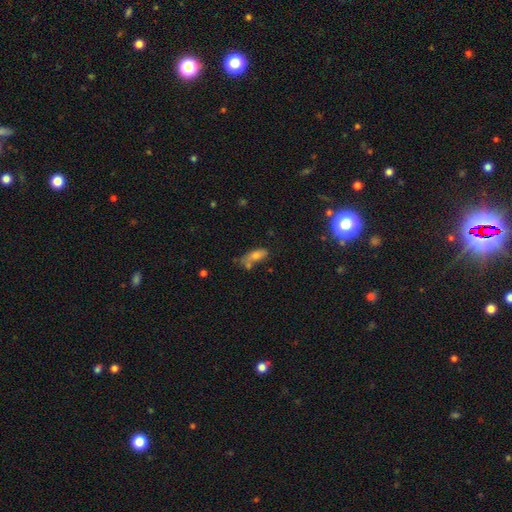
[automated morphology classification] Smooth or featured? smooth (68%)
How rounded? in between (72%)
Merging? none (43%)